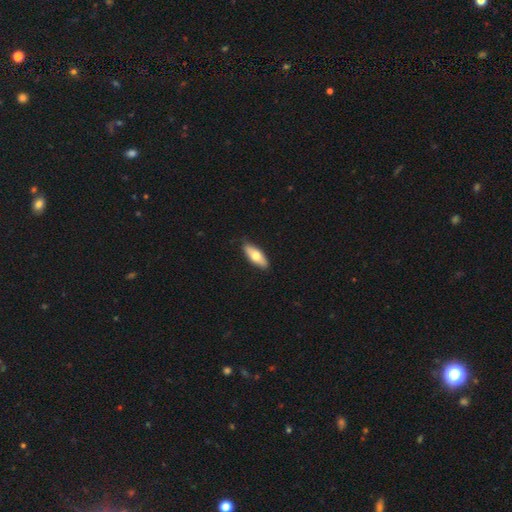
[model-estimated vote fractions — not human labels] Overall: smooth (66%; featured or disk 29%). How rounded: in between (67%; cigar-shaped 31%). Merging: none (88%).